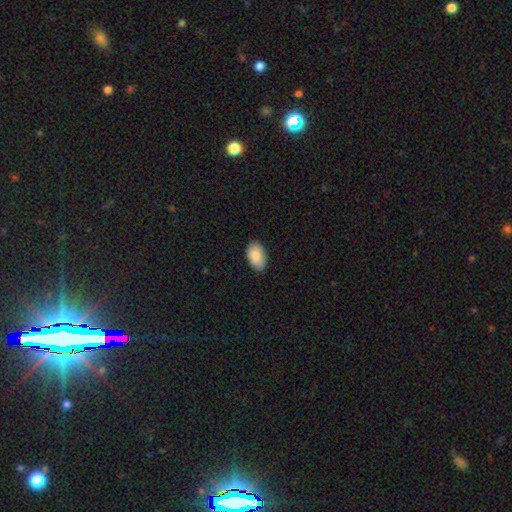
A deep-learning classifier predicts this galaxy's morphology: Overall: smooth (88%). How rounded: in between (93%). Merging: none (85%).